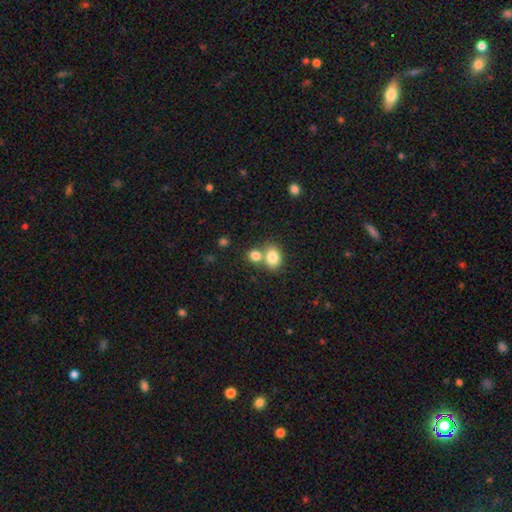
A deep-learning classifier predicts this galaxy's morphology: Smooth or featured: smooth — 80% (star or artifact — 10%)
How rounded: round — 56% (in between — 43%)
Merging: merger — 47% (none — 43%)